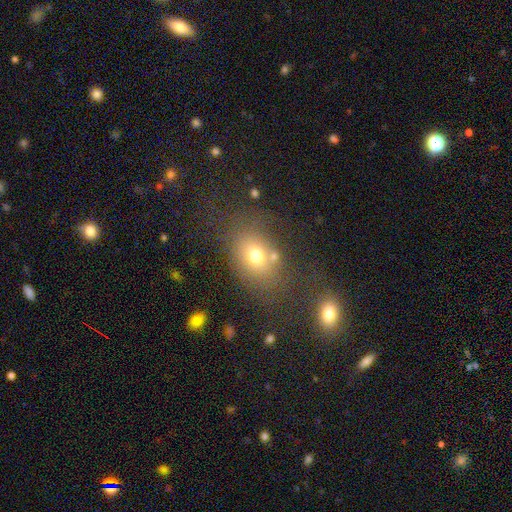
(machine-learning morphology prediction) A smooth galaxy with no disk features (69%) that is in between round and cigar-shaped (60%). Merging: none (62%).